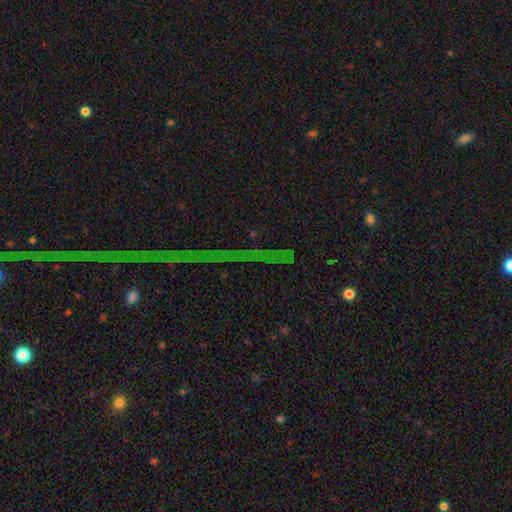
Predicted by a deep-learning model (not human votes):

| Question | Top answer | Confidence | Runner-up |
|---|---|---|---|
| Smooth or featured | star or artifact | 85% | featured or disk (8%) |